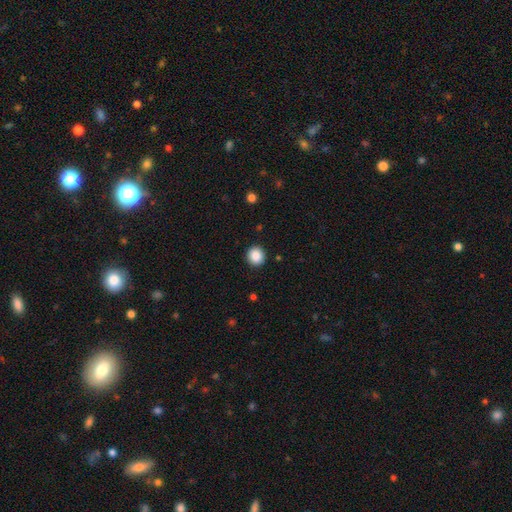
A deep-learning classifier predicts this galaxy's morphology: Smooth or featured: smooth — 88% (star or artifact — 9%)
How rounded: round — 90% (in between — 9%)
Merging: none — 92% (minor disturbance — 5%)